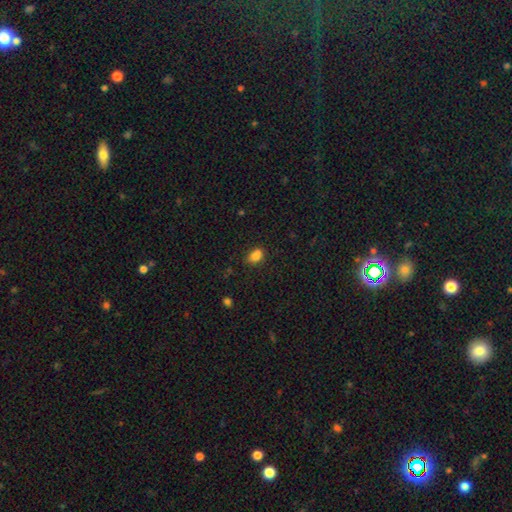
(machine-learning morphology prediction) Smooth or featured: smooth — 84% (star or artifact — 11%)
How rounded: in between — 80% (round — 18%)
Merging: none — 74% (minor disturbance — 19%)